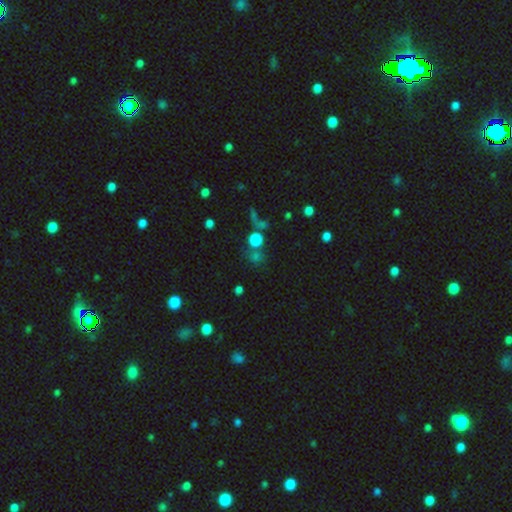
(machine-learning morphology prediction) smooth_or_featured: smooth (p=0.52) [alt: star or artifact p=0.38]
how_rounded: round (p=0.87) [alt: in between p=0.11]
merging: none (p=0.61) [alt: merger p=0.21]